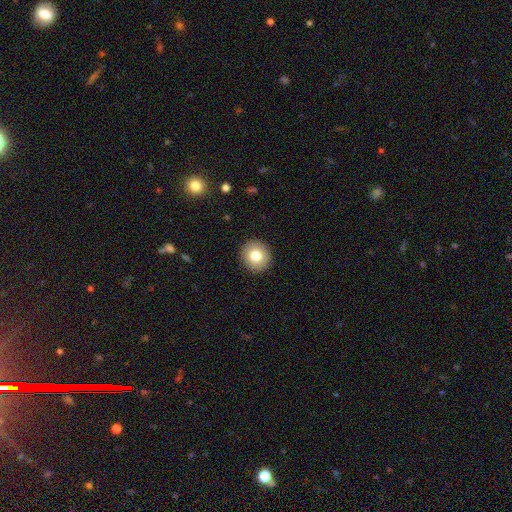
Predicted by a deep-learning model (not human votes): Smooth or featured? smooth (79%)
How rounded? round (90%)
Merging? none (92%)